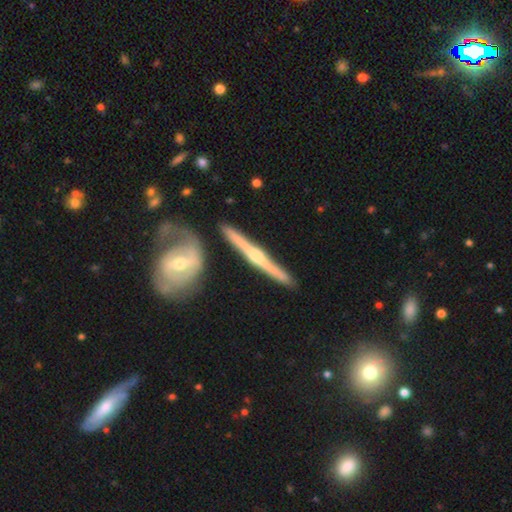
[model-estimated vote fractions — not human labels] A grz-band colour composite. It shows a featured or disk galaxy (81%) viewed edge-on (97%) with a rounded central bulge (84%). Merging: none (83%).